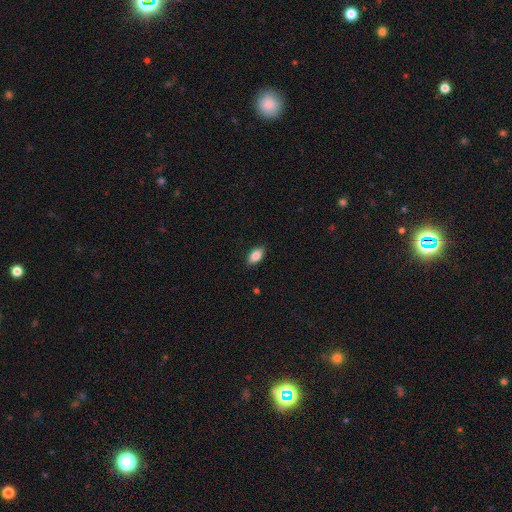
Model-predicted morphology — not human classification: Smooth or featured?
  - smooth: 86% *
  - star or artifact: 7%
  - featured or disk: 7%
How rounded?
  - in between: 91% *
  - round: 5%
  - cigar-shaped: 3%
Merging?
  - none: 87% *
  - minor disturbance: 10%
  - major disturbance: 2%
  - merger: 1%